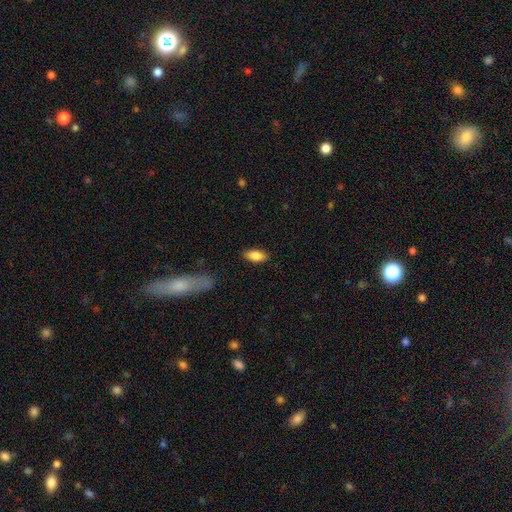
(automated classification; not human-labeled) A smooth galaxy with no disk features (84%) that is in between round and cigar-shaped (85%).

Vote fractions:
- Smooth or featured? smooth: 84% / featured or disk: 9% / star or artifact: 7%
- How rounded? in between: 85% / cigar-shaped: 12% / round: 3%
- Merging? none: 86% / minor disturbance: 10% / major disturbance: 3% / merger: 1%